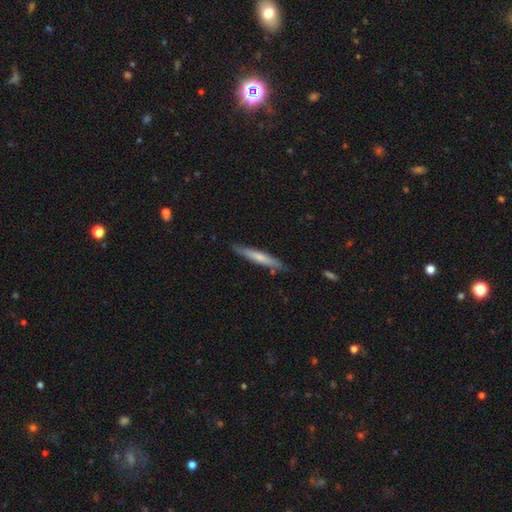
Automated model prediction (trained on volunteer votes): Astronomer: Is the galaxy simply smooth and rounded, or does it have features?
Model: smooth — 50% (runner-up: featured or disk, 44%).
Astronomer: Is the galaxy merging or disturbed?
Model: none — 87%.